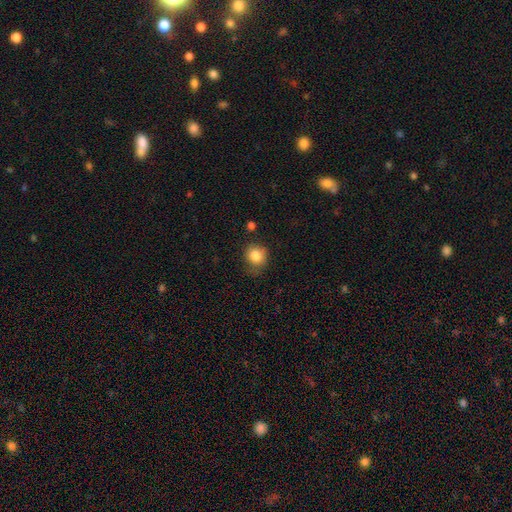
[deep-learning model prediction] The model was most divided on "merging": none: 64%, minor disturbance: 25%, major disturbance: 7%, merger: 3%. More confident: smooth or featured — smooth (84%); how rounded — round (79%).